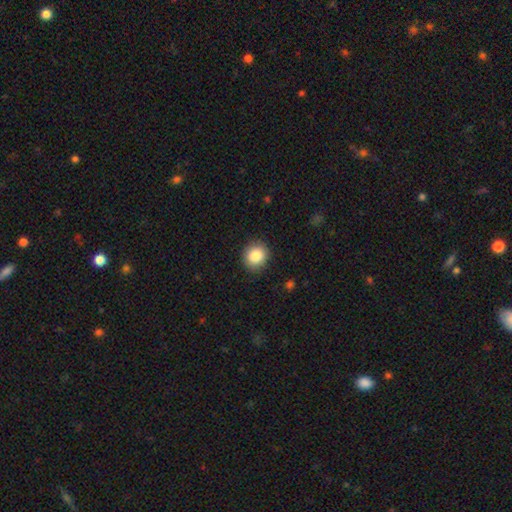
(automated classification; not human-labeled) Smooth or featured? smooth (85%)
How rounded? round (84%)
Merging? none (89%)